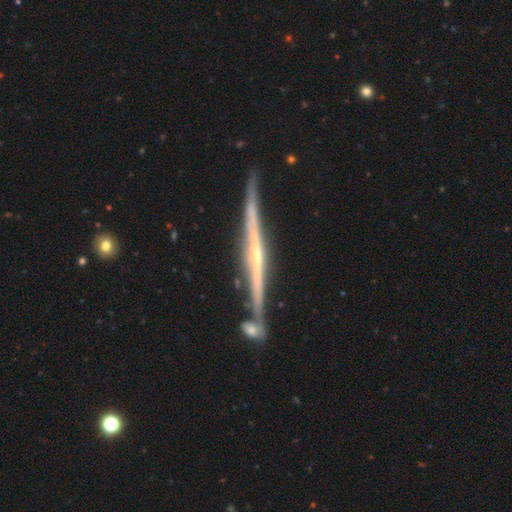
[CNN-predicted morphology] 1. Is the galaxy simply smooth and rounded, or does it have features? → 84% featured or disk, 11% smooth, 5% star or artifact.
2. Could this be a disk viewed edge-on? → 98% yes, 2% no.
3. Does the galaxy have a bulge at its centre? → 50% none, 39% rounded, 11% boxy.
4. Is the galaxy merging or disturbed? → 74% none, 13% merger, 11% minor disturbance, 3% major disturbance.